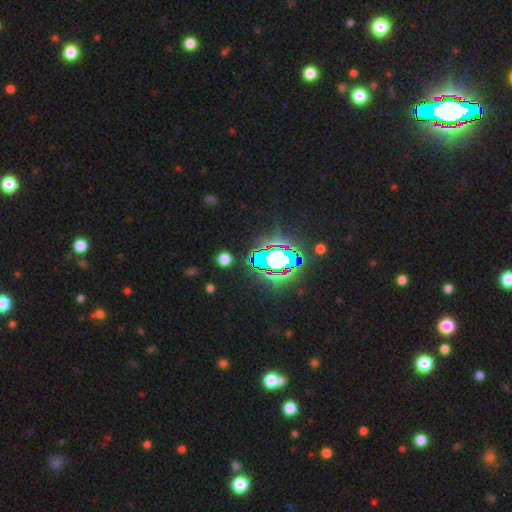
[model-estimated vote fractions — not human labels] smooth-or-featured: star or artifact: 68% | smooth: 20% | featured or disk: 12%